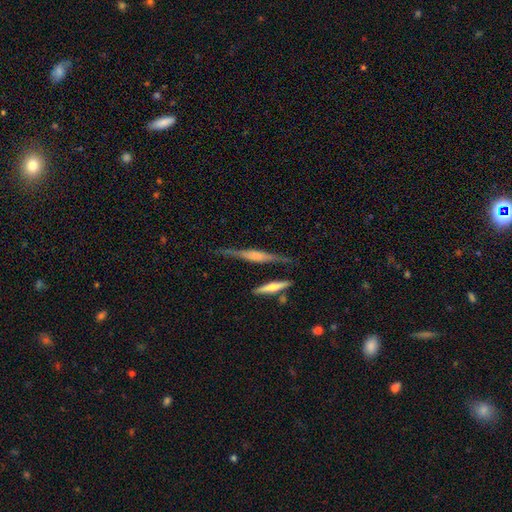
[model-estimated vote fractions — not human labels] Smooth or featured: featured or disk — 71% (smooth — 23%)
Edge-on disk: yes — 96% (no — 4%)
Edge-on bulge: rounded — 54% (boxy — 31%)
Merging: none — 70% (minor disturbance — 19%)